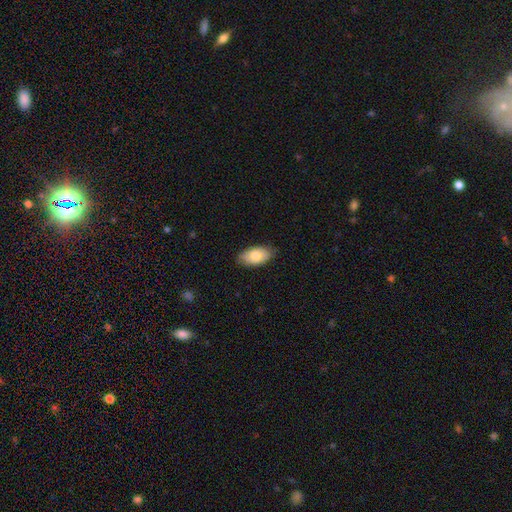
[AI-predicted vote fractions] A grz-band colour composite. It shows a smooth galaxy with no disk features (78%) that is in between round and cigar-shaped (94%). Merging: none (83%).